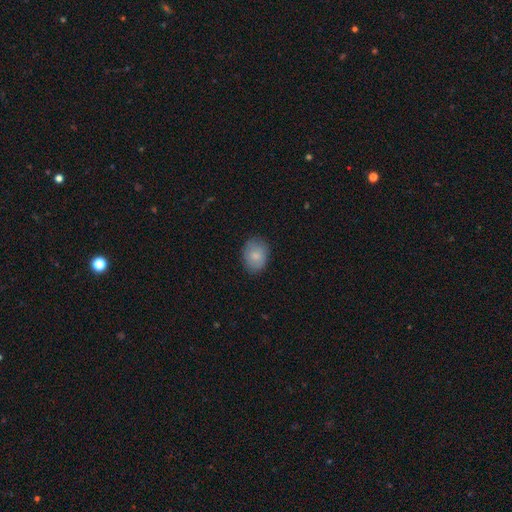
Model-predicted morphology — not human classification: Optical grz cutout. It shows a smooth galaxy with no disk features (82%) that is in between round and cigar-shaped (65%). Merging: none (81%).